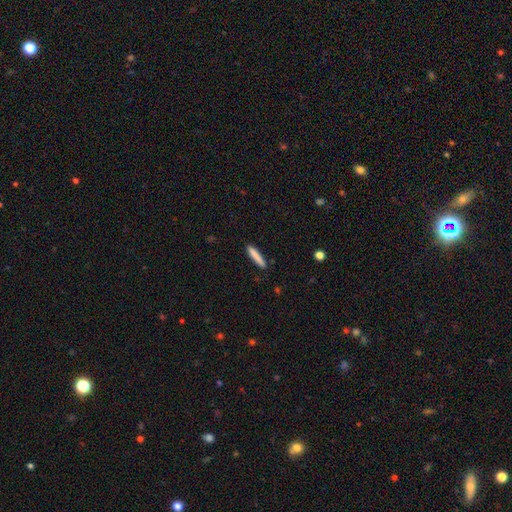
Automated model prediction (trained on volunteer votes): This is clearly a smooth galaxy (83%). How rounded: clearly cigar-shaped (91%). Merging: clearly none (88%).